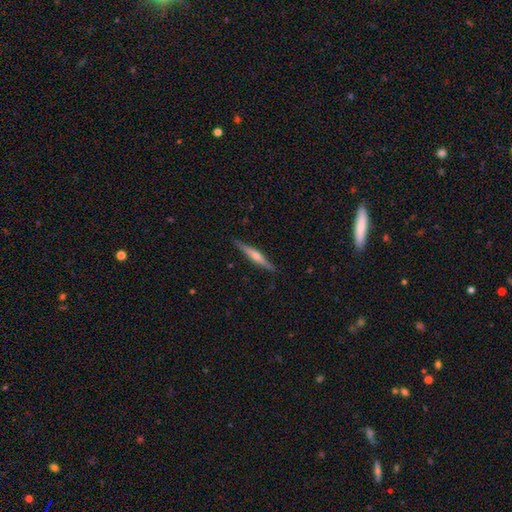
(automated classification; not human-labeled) Smooth or featured? featured or disk (67%)
Edge-on disk? yes (98%)
Edge-on bulge? rounded (77%)
Merging? none (90%)